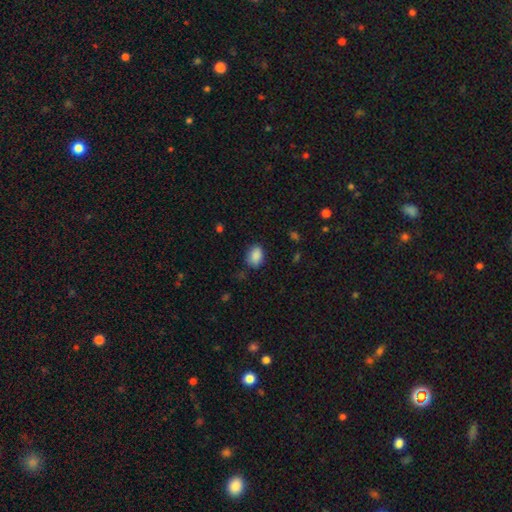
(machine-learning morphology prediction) A smooth galaxy with no disk features (88%) that is in between round and cigar-shaped (76%).

Vote fractions:
- Smooth or featured? smooth: 88% / star or artifact: 8% / featured or disk: 4%
- How rounded? in between: 76% / round: 23% / cigar-shaped: 1%
- Merging? none: 77% / minor disturbance: 17% / major disturbance: 4% / merger: 2%